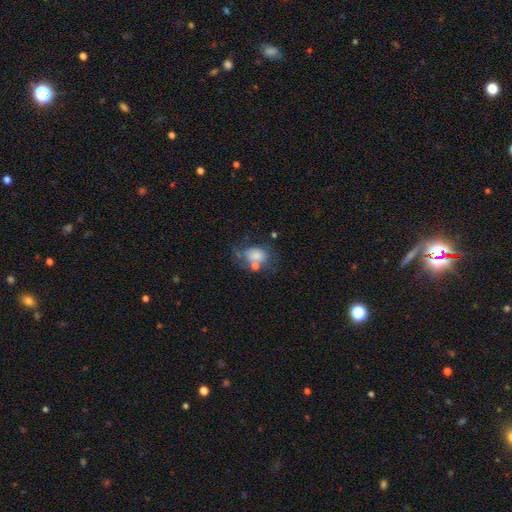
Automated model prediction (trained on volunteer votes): A smooth galaxy with no disk features (62%) that is in between round and cigar-shaped (65%). Merging: none (35%).